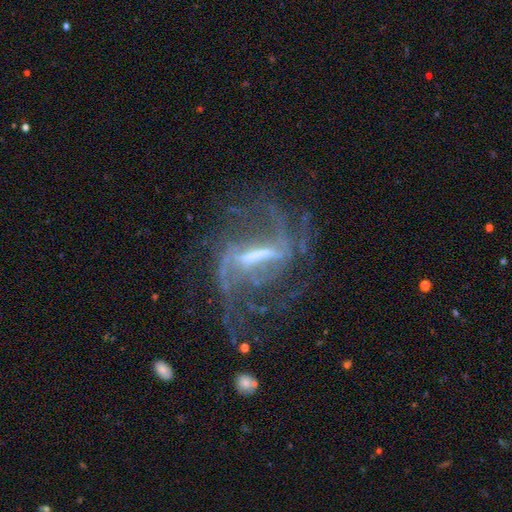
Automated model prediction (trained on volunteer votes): Morphology: type=featured or disk (87%); edge-on=no (92%); bar=strong (70%); spiral arms=yes (93%); winding=loose (45%); arm count=2 (48%); bulge=small (37%); merging=none (56%).